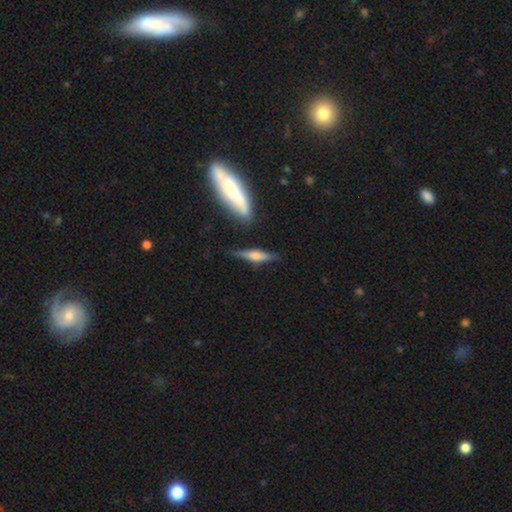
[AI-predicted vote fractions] This appears to be a featured or disk galaxy (49%). Merging: none (76%).